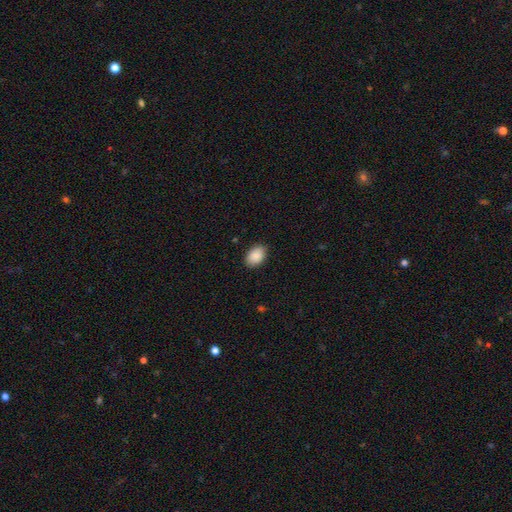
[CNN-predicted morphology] Overall: smooth (90%). How rounded: in between (84%). Merging: none (88%).